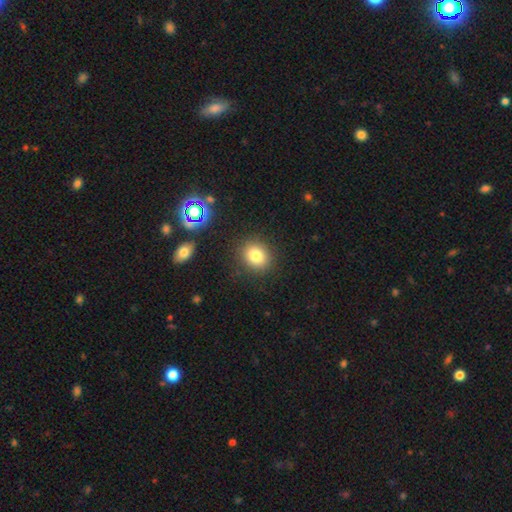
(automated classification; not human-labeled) Smooth or featured?
  - smooth: 80% *
  - star or artifact: 13%
  - featured or disk: 8%
How rounded?
  - round: 70% *
  - in between: 29%
  - cigar-shaped: 1%
Merging?
  - none: 88% *
  - minor disturbance: 8%
  - major disturbance: 3%
  - merger: 2%